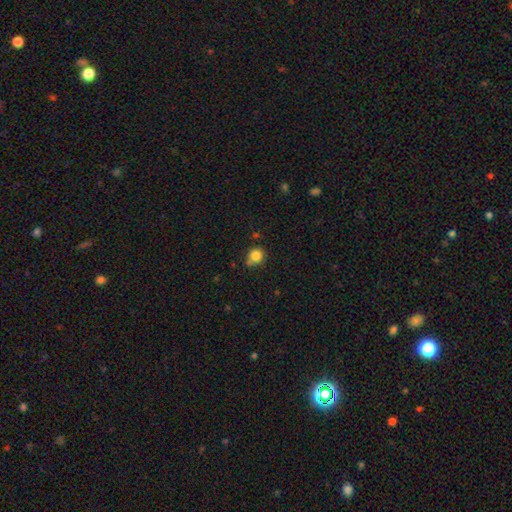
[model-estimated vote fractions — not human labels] smooth_or_featured: smooth (p=0.83) [alt: star or artifact p=0.11]
how_rounded: round (p=0.84) [alt: in between p=0.15]
merging: none (p=0.64) [alt: minor disturbance p=0.23]